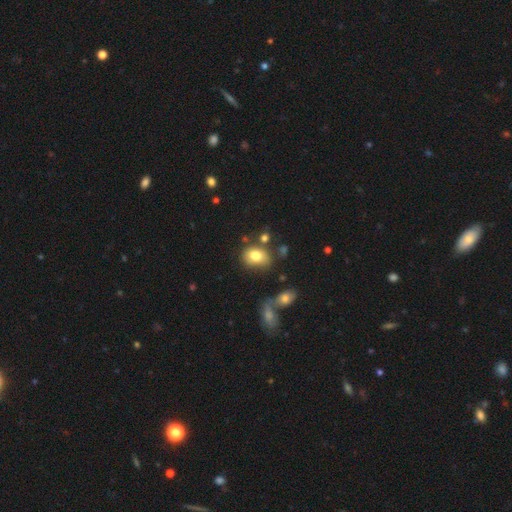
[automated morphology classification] This is likely a smooth galaxy (79%). How rounded: likely in between (68%). Merging: likely none (65%).